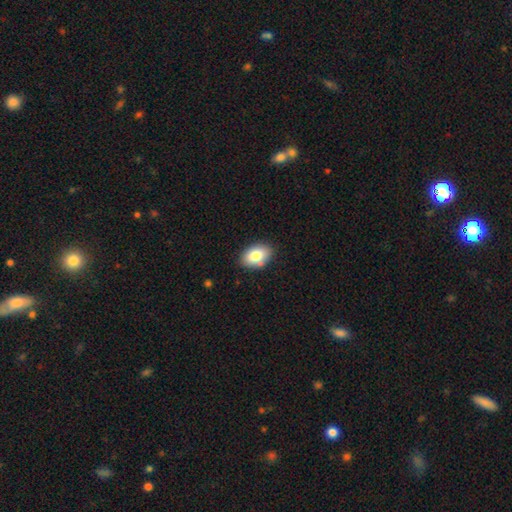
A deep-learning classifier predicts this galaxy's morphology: smooth 81%, featured or disk 11%, star or artifact 8%. Down the decision tree: how rounded — in between (89%); merging — none (82%).